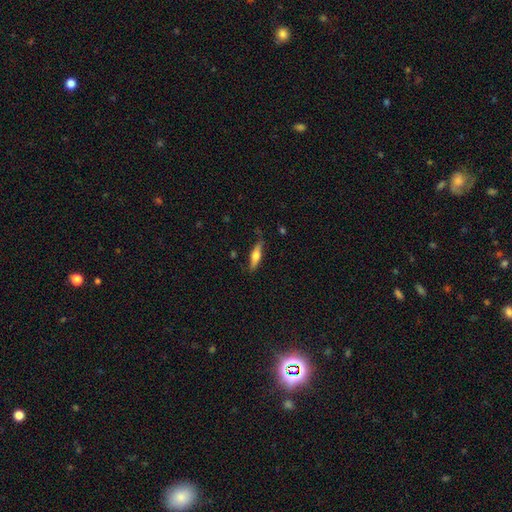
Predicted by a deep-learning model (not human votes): A smooth galaxy with no disk features (54%) that is cigar-shaped (66%). Merging: none (75%).